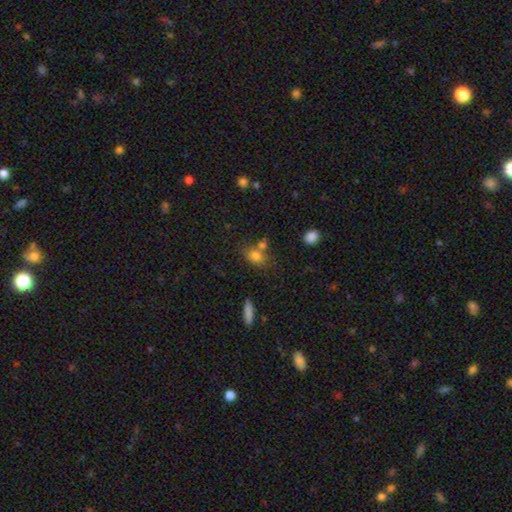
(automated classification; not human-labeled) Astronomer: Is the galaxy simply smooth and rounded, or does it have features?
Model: smooth — 78%.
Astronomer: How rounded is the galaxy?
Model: in between — 60% (runner-up: round, 36%).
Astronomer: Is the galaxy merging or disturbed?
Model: none — 52% (runner-up: merger, 27%).